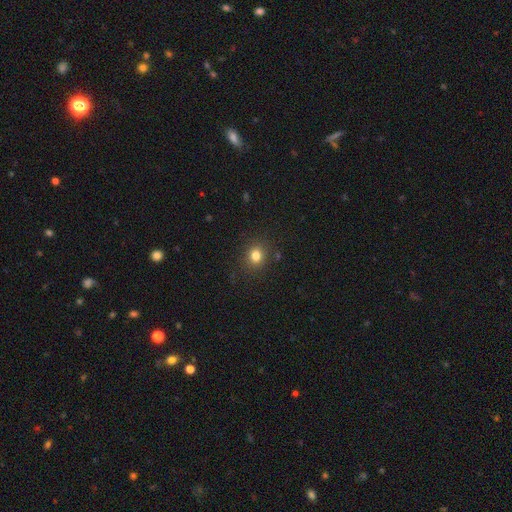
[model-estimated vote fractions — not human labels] Smooth or featured: smooth — 80% (star or artifact — 14%)
How rounded: round — 76% (in between — 23%)
Merging: none — 87% (minor disturbance — 9%)